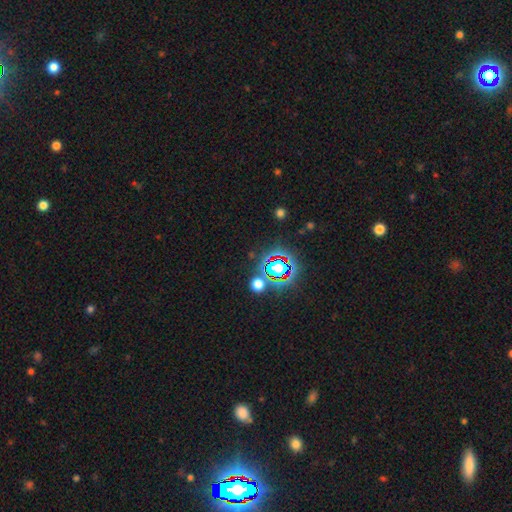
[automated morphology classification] Overall: star or artifact (76%).